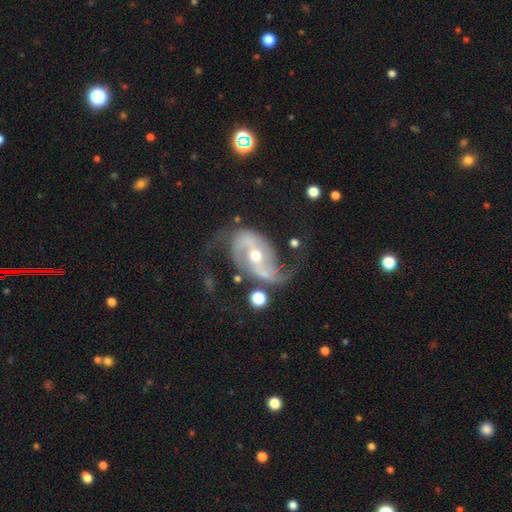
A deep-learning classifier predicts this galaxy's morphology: The model was most divided on "bar": strong: 37%, weak: 35%, no: 27%. Remaining: edge-on disk — no (96%); spiral arms — yes (94%); smooth or featured — featured or disk (87%); spiral arm count — 2 (87%); bulge size — moderate (60%); merging — none (54%); spiral winding — loose (49%).